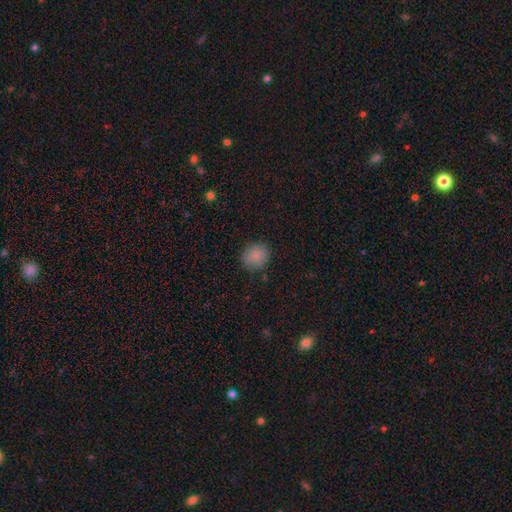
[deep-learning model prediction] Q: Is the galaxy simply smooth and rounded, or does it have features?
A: smooth — 86%.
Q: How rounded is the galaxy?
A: round — 78%.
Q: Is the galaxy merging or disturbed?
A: none — 86%.